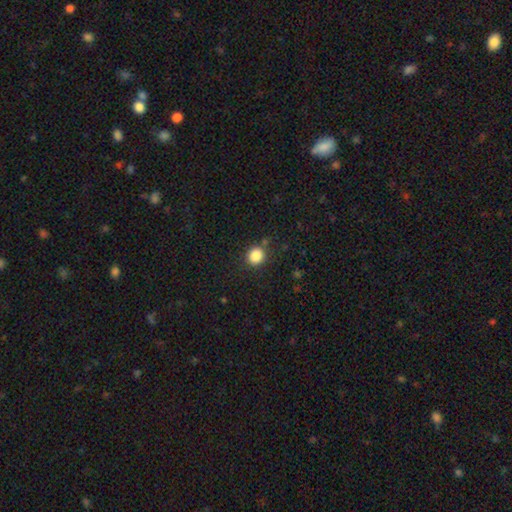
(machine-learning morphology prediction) Q: Smooth or featured?
A: smooth (85%); runner-up: star or artifact (11%)
Q: How rounded?
A: round (84%); runner-up: in between (15%)
Q: Merging?
A: none (84%); runner-up: minor disturbance (9%)